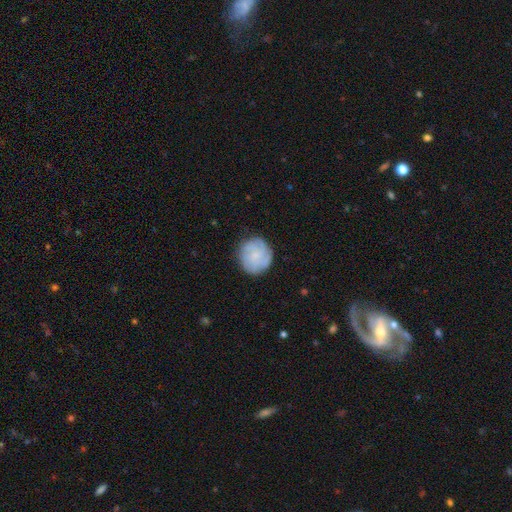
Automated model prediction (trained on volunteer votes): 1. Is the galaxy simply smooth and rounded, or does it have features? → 47% featured or disk, 45% smooth, 8% star or artifact.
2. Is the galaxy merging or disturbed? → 80% none, 14% minor disturbance, 4% major disturbance, 1% merger.